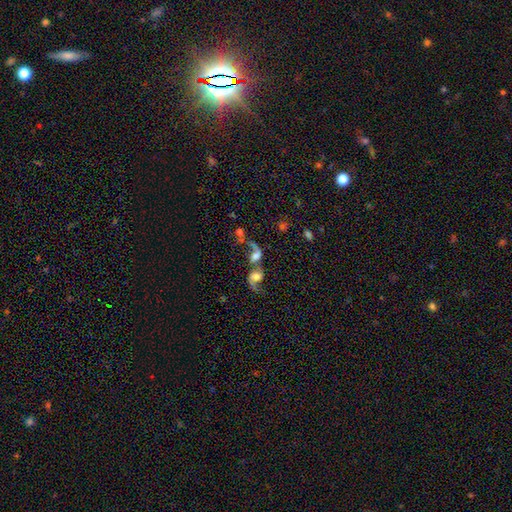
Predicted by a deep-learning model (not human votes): smooth-or-featured: featured or disk: 55% | smooth: 32% | star or artifact: 14%
  disk-edge-on: no: 96% | yes: 4%
    bar: no: 62% | weak: 29% | strong: 9%
    has-spiral-arms: yes: 77% | no: 23%
    bulge-size: moderate: 38% | large: 28% | small: 16% | none: 12% | dominant: 6%
  merging: merger: 74% | none: 11% | major disturbance: 11% | minor disturbance: 5%